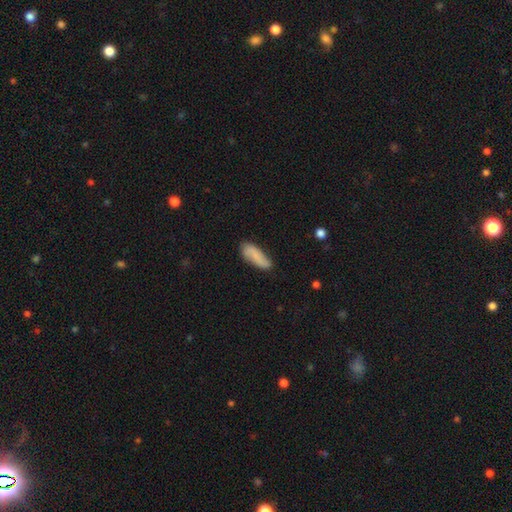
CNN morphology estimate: A smooth galaxy with no disk features (77%) that is in between round and cigar-shaped (58%). Merging: none (72%).